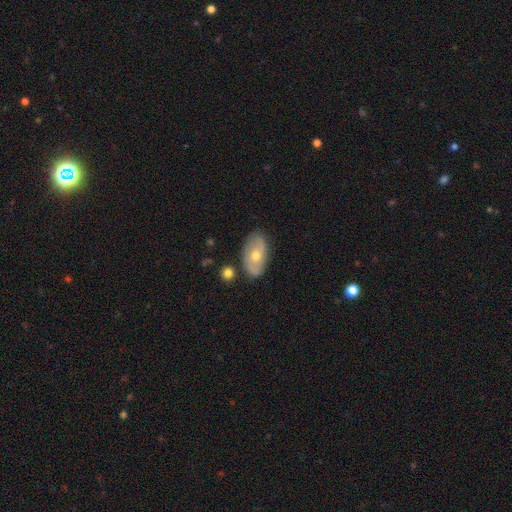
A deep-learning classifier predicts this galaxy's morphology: featured or disk 48%, smooth 45%, star or artifact 7%. Down the decision tree: merging — none (80%).